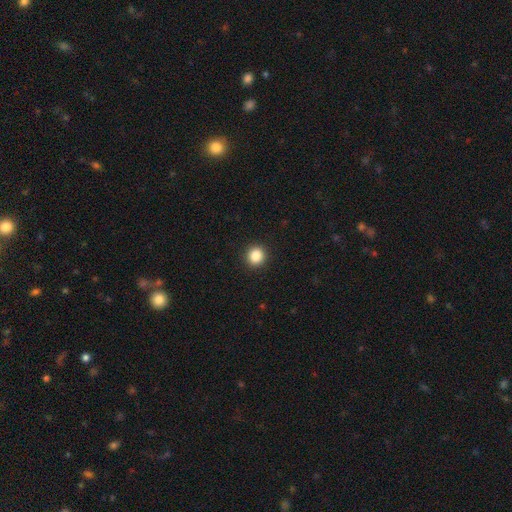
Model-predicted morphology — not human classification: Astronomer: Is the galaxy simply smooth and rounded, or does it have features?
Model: smooth — 86%.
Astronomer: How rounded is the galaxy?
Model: round — 88%.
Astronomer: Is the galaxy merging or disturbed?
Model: none — 93%.